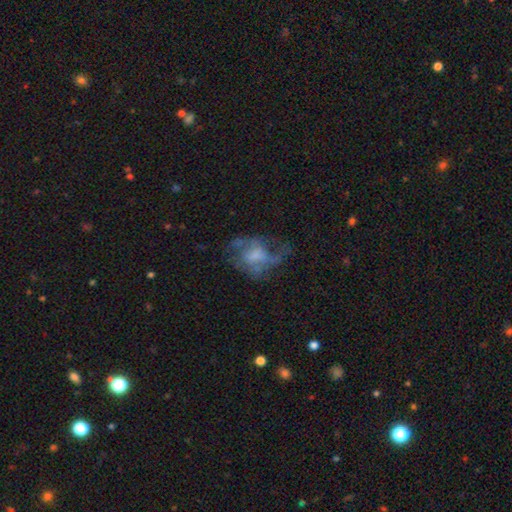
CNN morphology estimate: type=featured or disk (57%); edge-on=no (96%); bar=no (69%); spiral arms=no (52%); bulge=moderate (31%, tied with none); merging=none (42%).